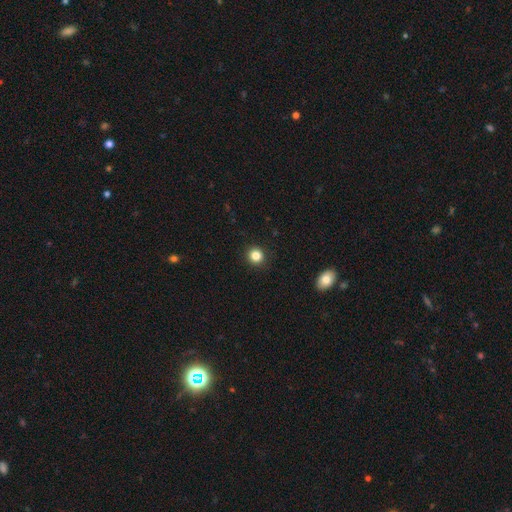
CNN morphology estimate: smooth-or-featured: smooth: 84% | star or artifact: 11% | featured or disk: 5%
  how-rounded: round: 91% | in between: 9% | cigar-shaped: 1%
  merging: none: 92% | minor disturbance: 5% | major disturbance: 2% | merger: 1%